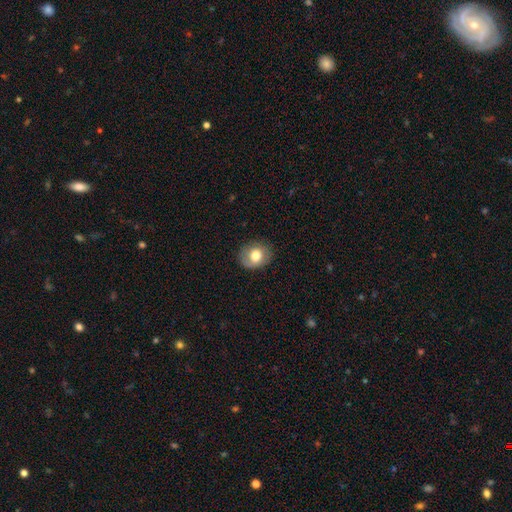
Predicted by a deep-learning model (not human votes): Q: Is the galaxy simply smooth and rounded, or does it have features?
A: smooth — 73%.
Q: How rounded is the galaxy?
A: round — 66%.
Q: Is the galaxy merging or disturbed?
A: none — 77%.